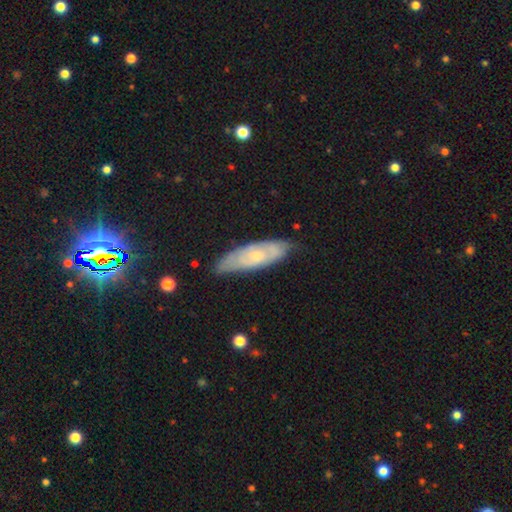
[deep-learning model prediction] Smooth or featured? featured or disk (58%)
Edge-on disk? no (76%)
Merging? none (69%)